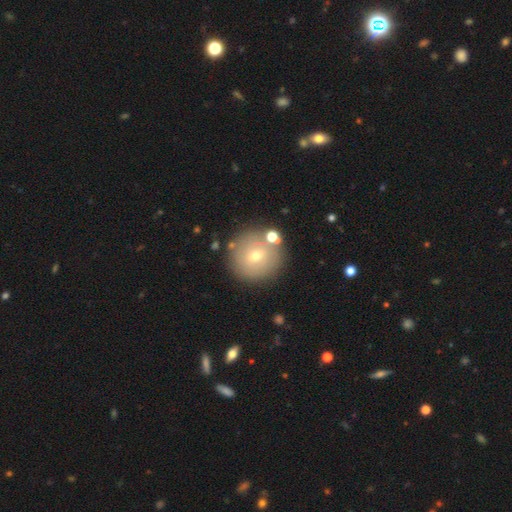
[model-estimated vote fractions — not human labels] smooth_or_featured: smooth (p=0.64) [alt: featured or disk p=0.24]
how_rounded: round (p=0.94) [alt: in between p=0.05]
merging: none (p=0.81) [alt: minor disturbance p=0.09]